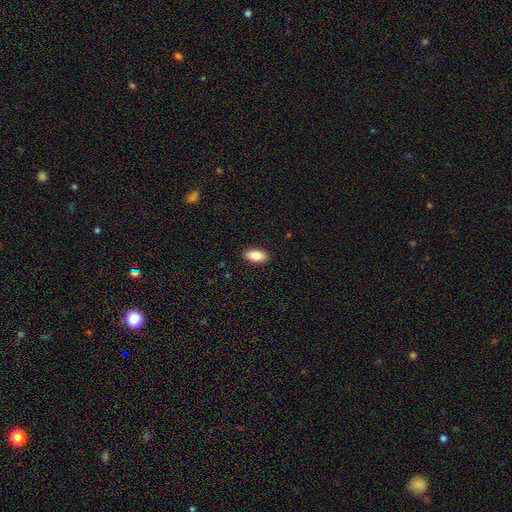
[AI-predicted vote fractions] Smooth or featured? smooth (82%)
How rounded? in between (90%)
Merging? none (90%)